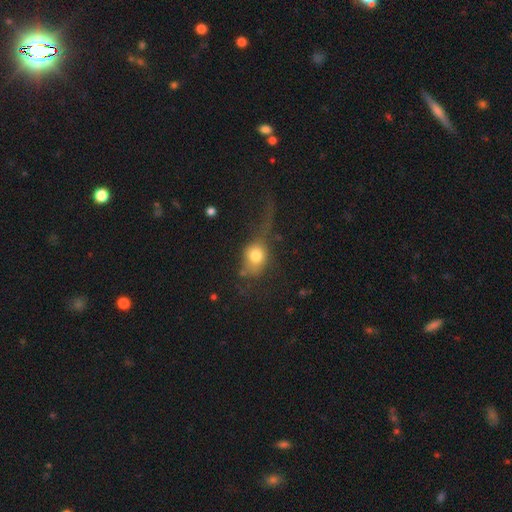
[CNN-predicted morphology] Q: Smooth or featured?
A: smooth (73%); runner-up: featured or disk (17%)
Q: How rounded?
A: in between (49%); runner-up: round (48%)
Q: Merging?
A: major disturbance (47%); runner-up: none (28%)